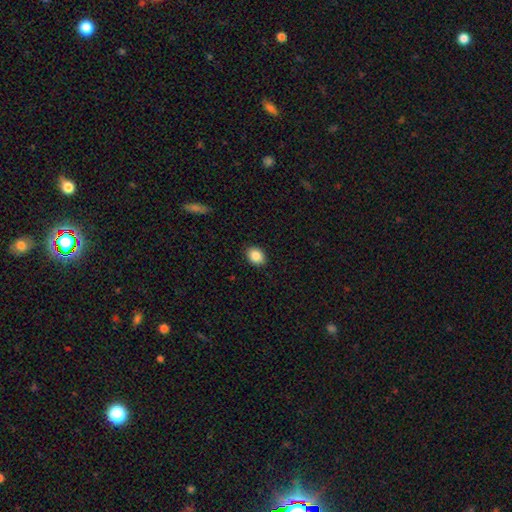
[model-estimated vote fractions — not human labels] This is clearly a smooth galaxy (87%). How rounded: possibly in between (58%). Merging: clearly none (90%).